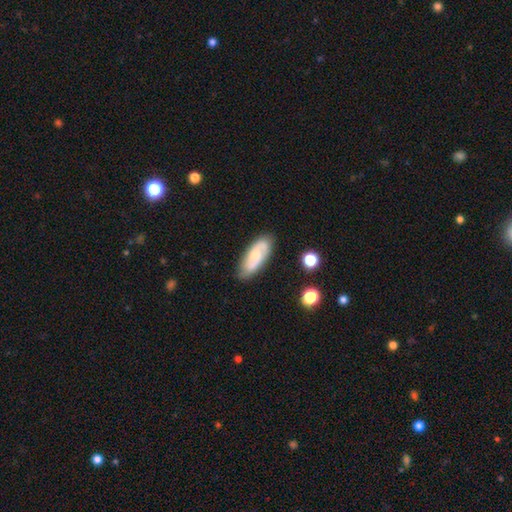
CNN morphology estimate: Overall: featured or disk (58%; smooth 35%). Edge-on disk: no (91%). Bar: no (59%; weak 34%). Spiral arms: yes (88%). Bulge size: small (44%; moderate 41%). Merging: none (80%).